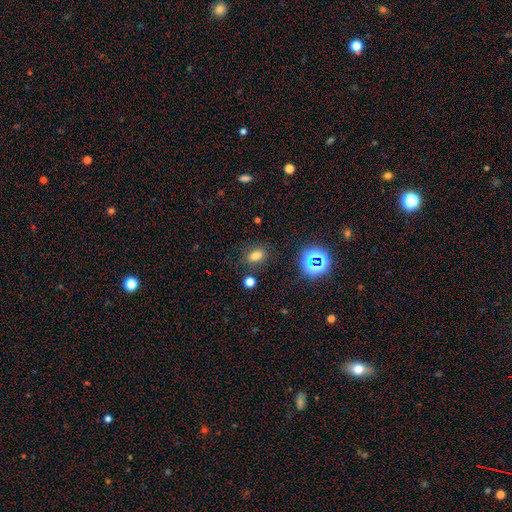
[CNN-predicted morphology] Smooth or featured? Predicted: smooth (p=0.69). How rounded? Predicted: in between (p=0.75). Merging? Predicted: none (p=0.79).